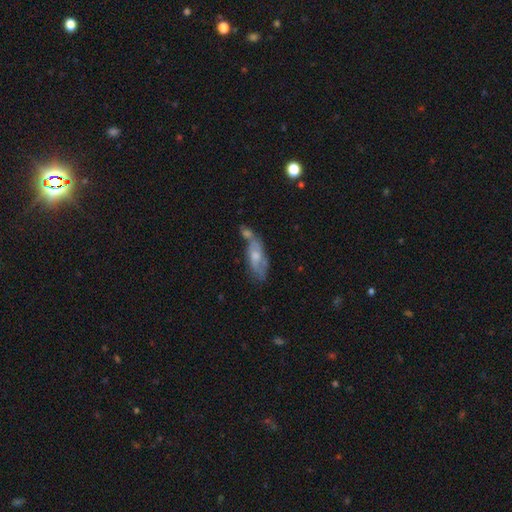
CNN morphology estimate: This appears to be a featured or disk galaxy (52%). Merging: none (38%).